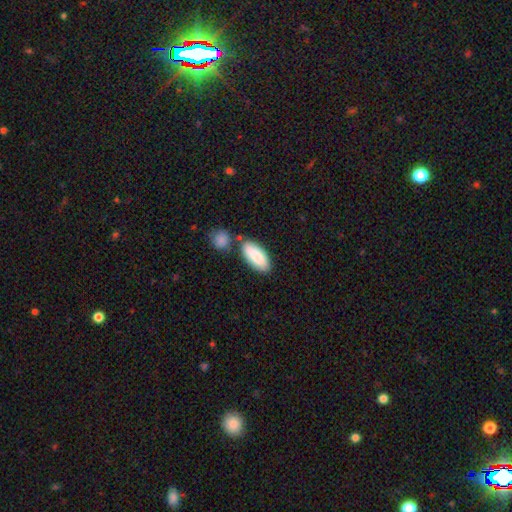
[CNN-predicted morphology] type=smooth (86%); roundness=in between (82%); merging=none (67%).